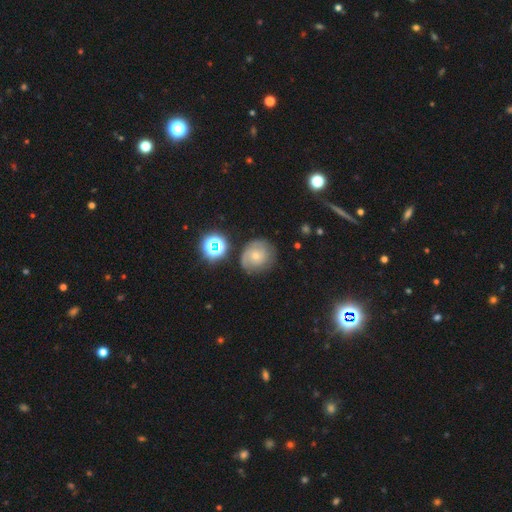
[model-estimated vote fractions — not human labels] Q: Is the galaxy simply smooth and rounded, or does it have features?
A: featured or disk — 47%.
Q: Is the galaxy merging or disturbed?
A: none — 66%.